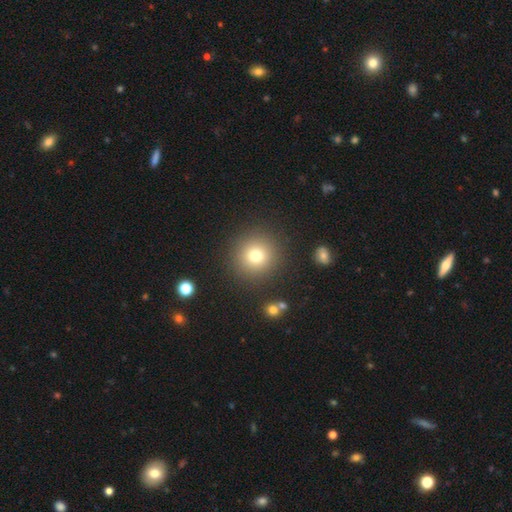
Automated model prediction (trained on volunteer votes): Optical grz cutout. It shows a smooth galaxy with no disk features (76%) that is round (94%). Merging: none (89%).